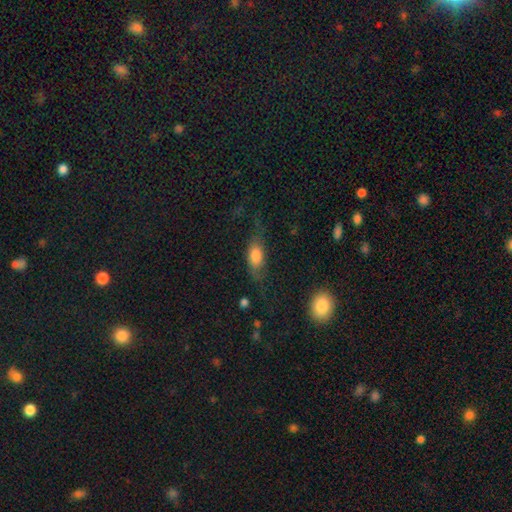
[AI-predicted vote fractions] A smooth galaxy with no disk features (67%) that is in between round and cigar-shaped (74%).

Vote fractions:
- Smooth or featured? smooth: 67% / featured or disk: 23% / star or artifact: 9%
- How rounded? in between: 74% / cigar-shaped: 18% / round: 7%
- Merging? none: 57% / minor disturbance: 23% / major disturbance: 18% / merger: 3%